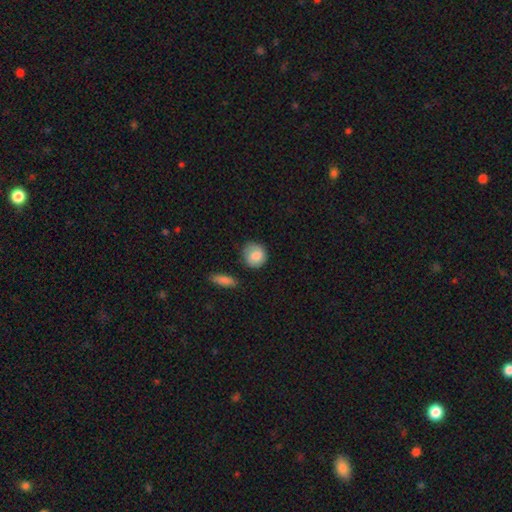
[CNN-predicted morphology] Smooth or featured?
  - smooth: 81% *
  - featured or disk: 12%
  - star or artifact: 7%
How rounded?
  - round: 81% *
  - in between: 18%
  - cigar-shaped: 1%
Merging?
  - none: 69% *
  - minor disturbance: 23%
  - major disturbance: 5%
  - merger: 4%